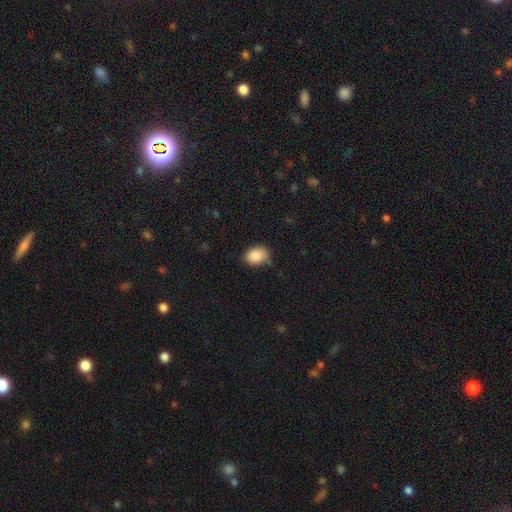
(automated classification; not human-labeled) Q: Smooth or featured?
A: smooth (86%); runner-up: star or artifact (8%)
Q: How rounded?
A: in between (66%); runner-up: round (33%)
Q: Merging?
A: none (70%); runner-up: minor disturbance (24%)